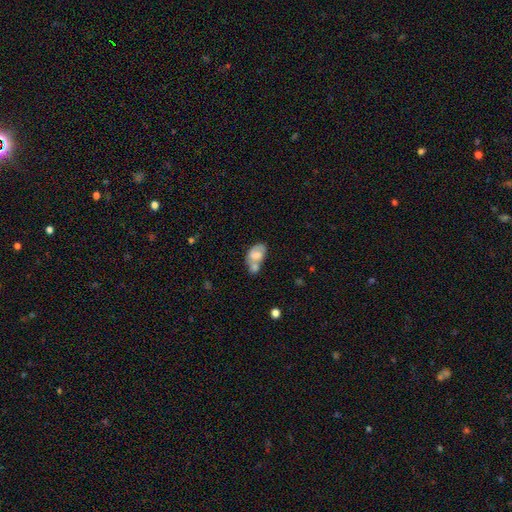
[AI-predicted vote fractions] smooth-or-featured: smooth: 55% | featured or disk: 37% | star or artifact: 8%
  how-rounded: in between: 86% | round: 13% | cigar-shaped: 2%
  merging: merger: 58% | none: 20% | minor disturbance: 13% | major disturbance: 8%